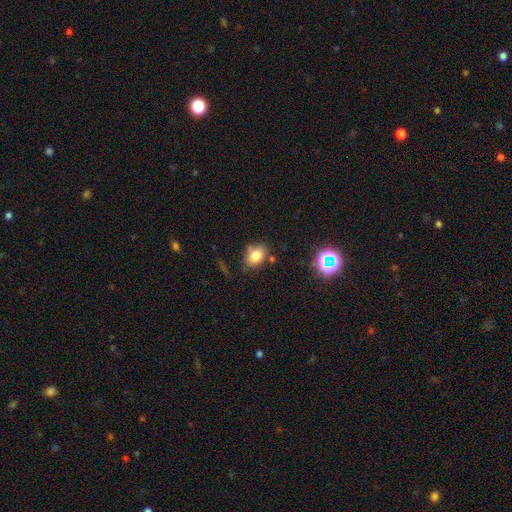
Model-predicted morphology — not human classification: Smooth or featured?
  - smooth: 78% *
  - star or artifact: 13%
  - featured or disk: 9%
How rounded?
  - in between: 70% *
  - round: 29%
  - cigar-shaped: 1%
Merging?
  - none: 68% *
  - minor disturbance: 20%
  - merger: 7%
  - major disturbance: 6%